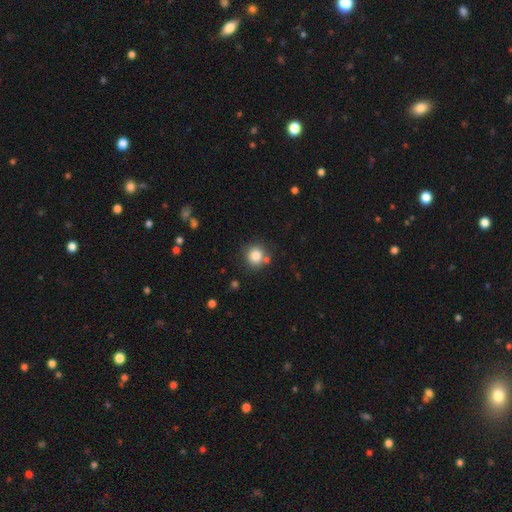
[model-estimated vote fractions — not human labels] Smooth or featured: smooth — 83% (star or artifact — 11%)
How rounded: round — 89% (in between — 10%)
Merging: none — 76% (minor disturbance — 11%)